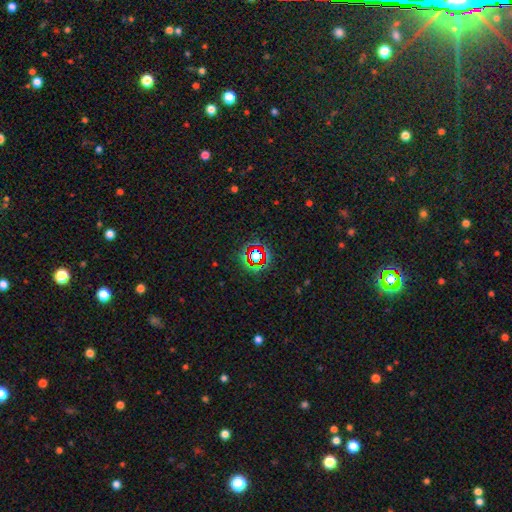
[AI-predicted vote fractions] smooth-or-featured: star or artifact: 72% | smooth: 18% | featured or disk: 10%